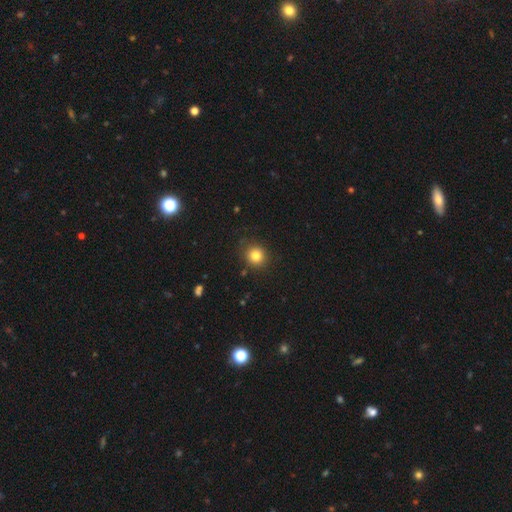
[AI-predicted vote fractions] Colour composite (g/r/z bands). It shows a smooth galaxy with no disk features (82%) that is round (85%). Merging: none (85%).